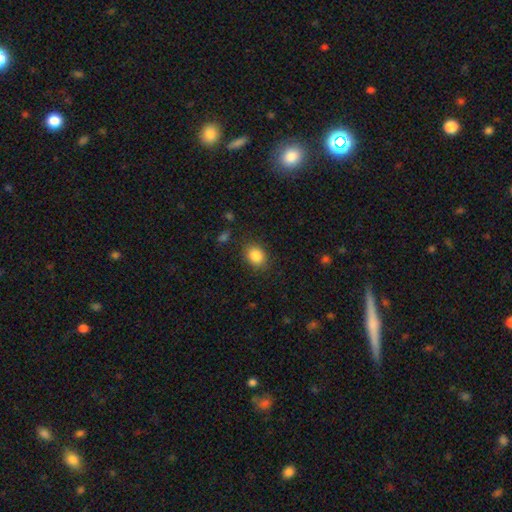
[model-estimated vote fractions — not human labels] This is clearly a smooth galaxy (86%). How rounded: possibly in between (57%). Merging: clearly none (85%).